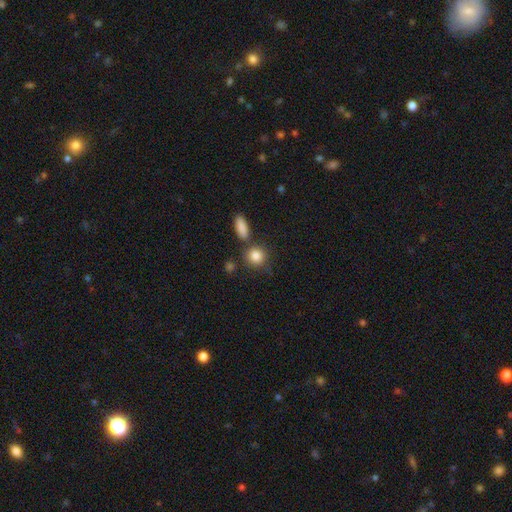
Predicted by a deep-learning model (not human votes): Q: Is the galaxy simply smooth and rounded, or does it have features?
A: smooth — 86%.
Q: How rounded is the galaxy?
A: round — 80%.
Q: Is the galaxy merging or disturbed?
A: none — 70%.